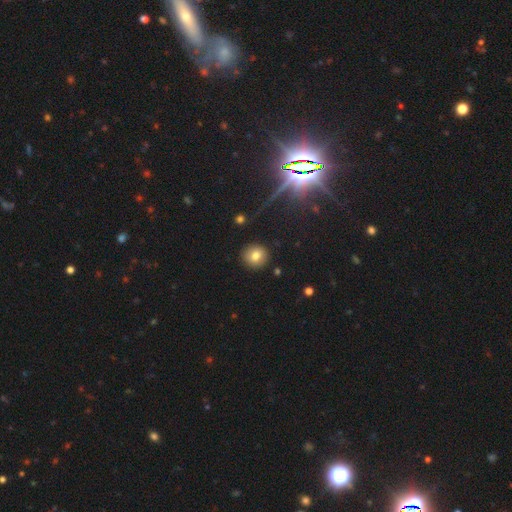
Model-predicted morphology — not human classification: A smooth galaxy with no disk features (77%) that is round (88%).

Vote fractions:
- Smooth or featured? smooth: 77% / star or artifact: 12% / featured or disk: 11%
- How rounded? round: 88% / in between: 11% / cigar-shaped: 1%
- Merging? none: 90% / minor disturbance: 7% / major disturbance: 2% / merger: 2%